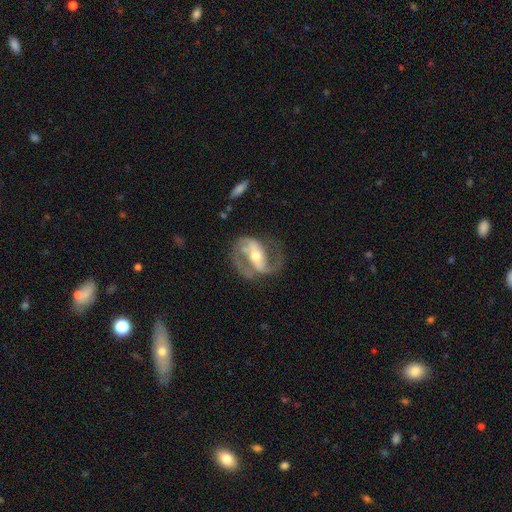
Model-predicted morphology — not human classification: This appears to be a featured or disk galaxy (88%) with a strong bar (58%), 2 (87%) medium (51%) spiral arms (93%) and a moderate central bulge (64%). Merging: none (65%).